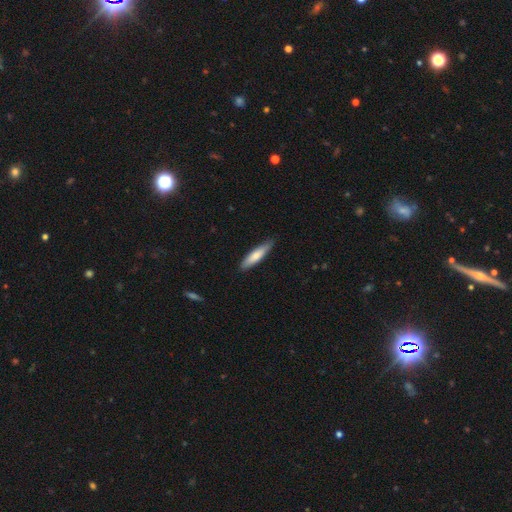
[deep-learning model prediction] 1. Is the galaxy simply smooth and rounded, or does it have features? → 72% smooth, 23% featured or disk, 5% star or artifact.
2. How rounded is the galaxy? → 78% cigar-shaped, 20% in between, 1% round.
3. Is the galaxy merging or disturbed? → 85% none, 12% minor disturbance, 2% major disturbance, 1% merger.